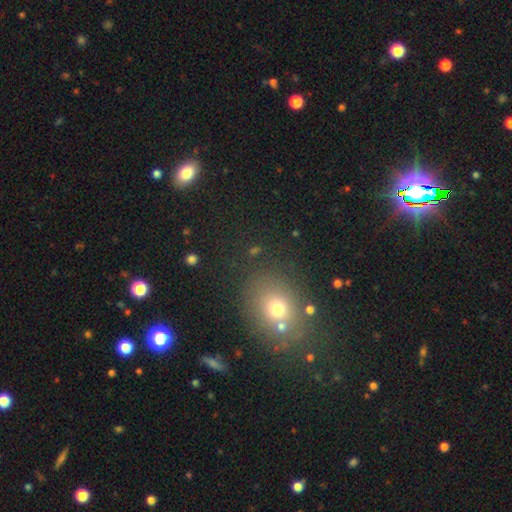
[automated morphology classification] Smooth or featured? Predicted: smooth (p=0.51). How rounded? Predicted: round (p=0.54). Merging? Predicted: none (p=0.77).